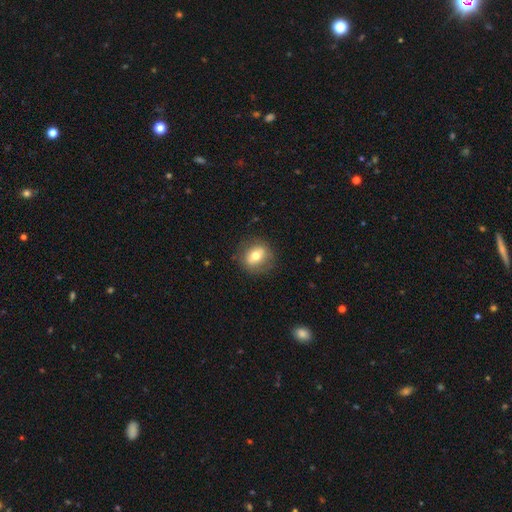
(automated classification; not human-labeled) A smooth galaxy with no disk features (66%) that is round (64%).

Vote fractions:
- Smooth or featured? smooth: 66% / featured or disk: 25% / star or artifact: 9%
- How rounded? round: 64% / in between: 34% / cigar-shaped: 1%
- Merging? none: 81% / minor disturbance: 13% / major disturbance: 5% / merger: 1%